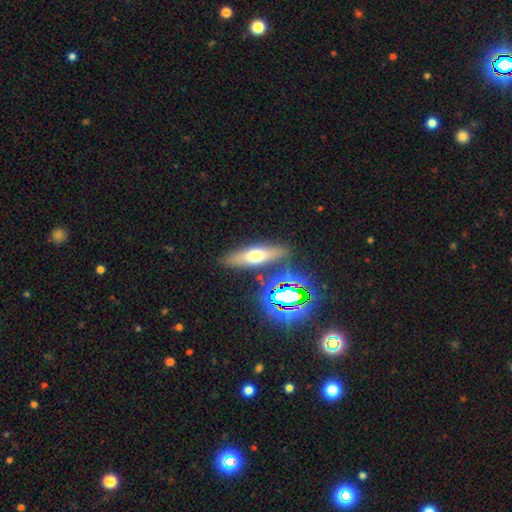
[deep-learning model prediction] smooth_or_featured: smooth (p=0.48) [alt: featured or disk p=0.37]
merging: none (p=0.84) [alt: minor disturbance p=0.09]